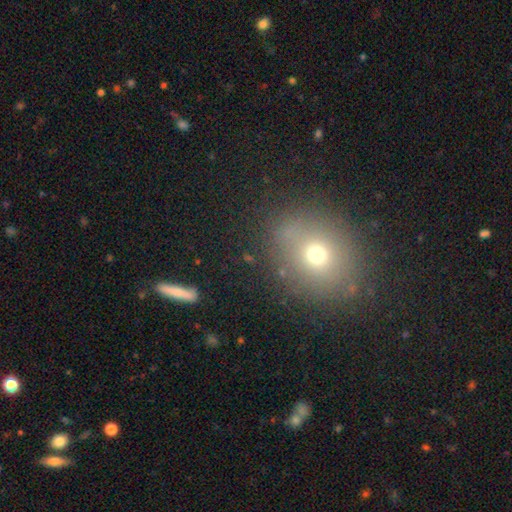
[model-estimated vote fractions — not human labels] smooth-or-featured: smooth: 61% | star or artifact: 23% | featured or disk: 16%
  how-rounded: round: 65% | in between: 33% | cigar-shaped: 2%
  merging: none: 83% | minor disturbance: 10% | major disturbance: 4% | merger: 3%